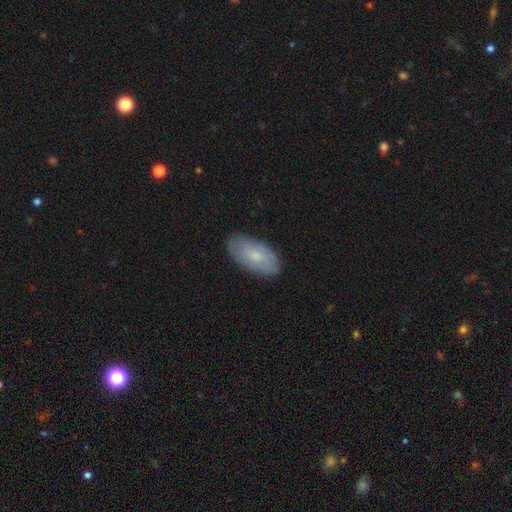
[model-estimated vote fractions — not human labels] smooth_or_featured: smooth (p=0.64) [alt: featured or disk p=0.30]
how_rounded: in between (p=0.93) [alt: cigar-shaped p=0.05]
merging: none (p=0.81) [alt: minor disturbance p=0.15]